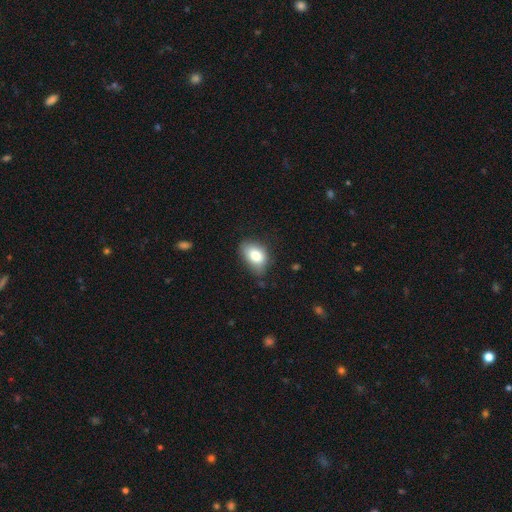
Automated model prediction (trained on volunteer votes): Smooth or featured: smooth — 81% (featured or disk — 11%)
How rounded: in between — 87% (round — 12%)
Merging: none — 64% (minor disturbance — 28%)